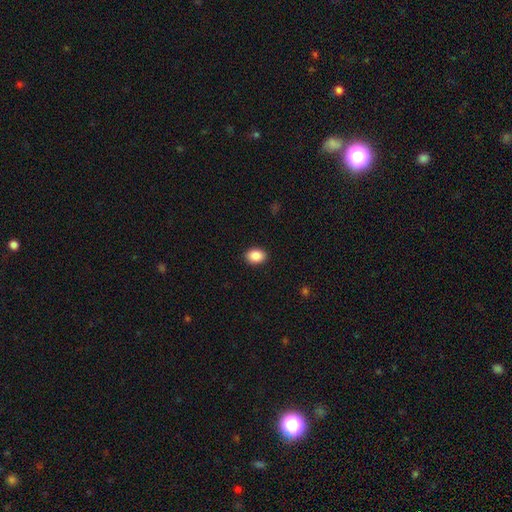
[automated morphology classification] smooth 89%, star or artifact 8%, featured or disk 4%. Down the decision tree: how rounded — in between (71%); merging — none (91%).